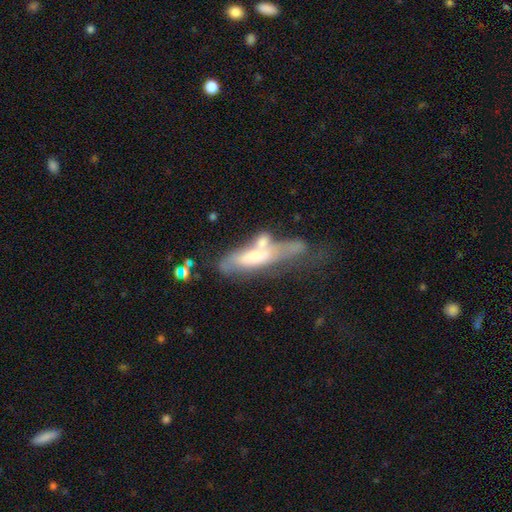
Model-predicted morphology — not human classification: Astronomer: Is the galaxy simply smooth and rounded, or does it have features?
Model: featured or disk — 53% (runner-up: smooth, 39%).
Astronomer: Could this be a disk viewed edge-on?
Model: no — 58% (runner-up: yes, 42%).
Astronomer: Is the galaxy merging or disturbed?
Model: merger — 40% (runner-up: major disturbance, 25%).